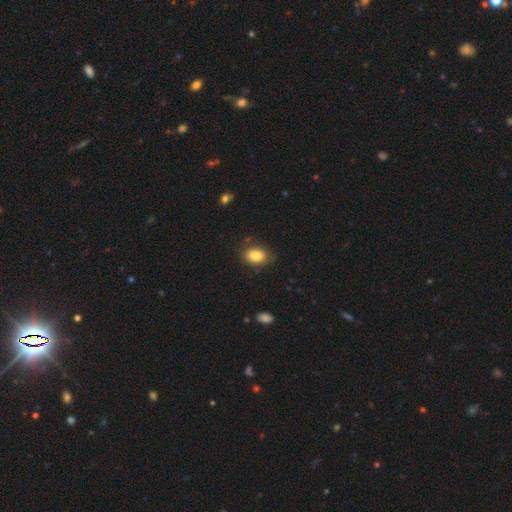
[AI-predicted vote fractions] Overall: smooth (84%). How rounded: in between (79%). Merging: none (79%).